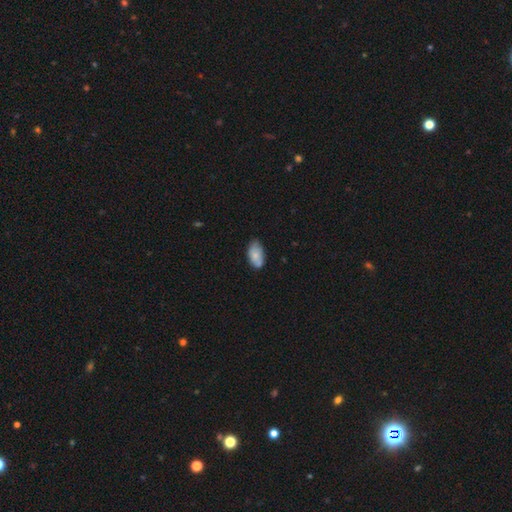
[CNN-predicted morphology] smooth 74%, featured or disk 19%, star or artifact 7%. Down the decision tree: how rounded — in between (94%); merging — none (63%).